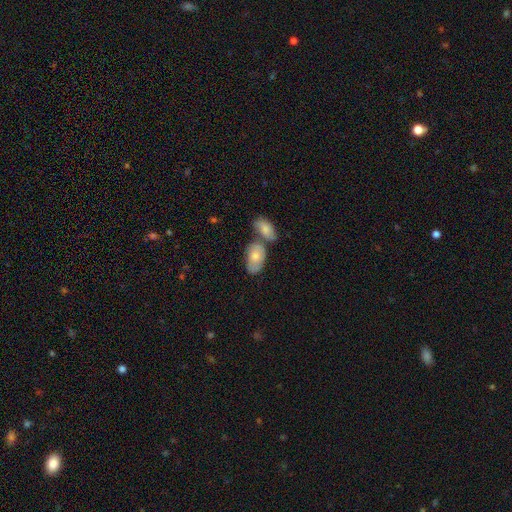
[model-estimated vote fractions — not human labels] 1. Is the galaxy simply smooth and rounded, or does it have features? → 71% smooth, 23% featured or disk, 5% star or artifact.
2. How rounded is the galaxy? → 92% in between, 6% round, 2% cigar-shaped.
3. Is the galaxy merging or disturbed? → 40% merger, 38% none, 16% minor disturbance, 6% major disturbance.